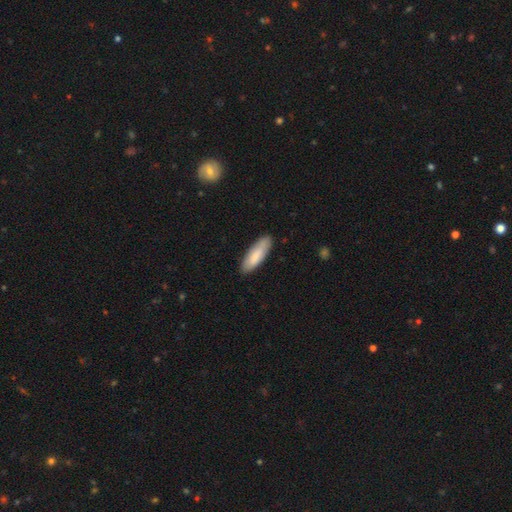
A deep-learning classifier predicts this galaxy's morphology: This appears to be a smooth galaxy with no disk features (83%) that is in between round and cigar-shaped (55%). Merging: none (87%).